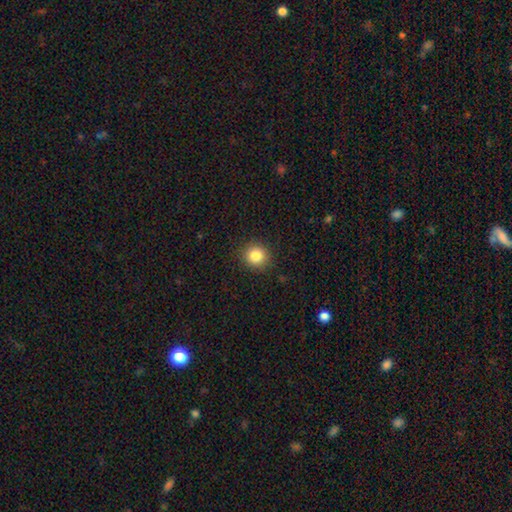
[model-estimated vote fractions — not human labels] Overall: smooth (84%). How rounded: round (91%). Merging: none (91%).